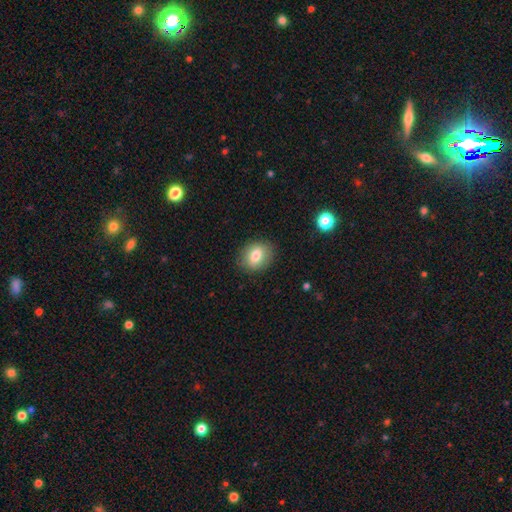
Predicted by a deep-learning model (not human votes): Smooth or featured? smooth (78%)
How rounded? in between (57%)
Merging? none (86%)